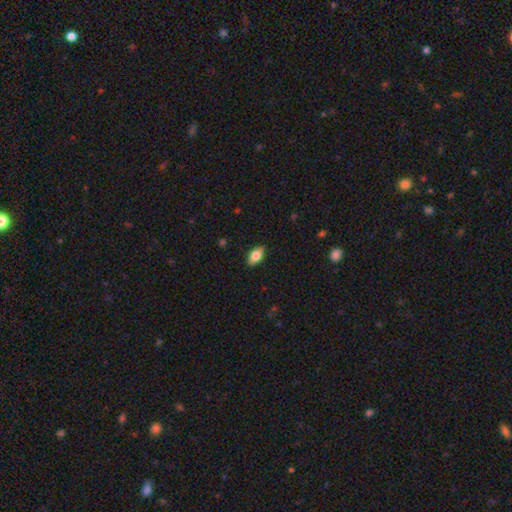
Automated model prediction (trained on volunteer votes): smooth 76%, featured or disk 16%, star or artifact 7%. Down the decision tree: how rounded — in between (90%); merging — none (85%).